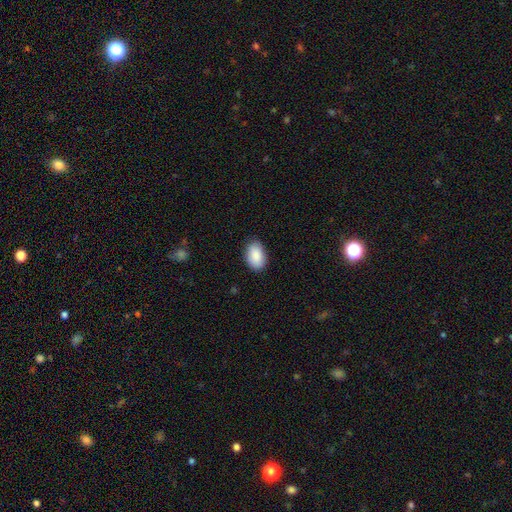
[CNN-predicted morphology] A smooth galaxy with no disk features (88%) that is in between round and cigar-shaped (91%). Merging: none (85%).